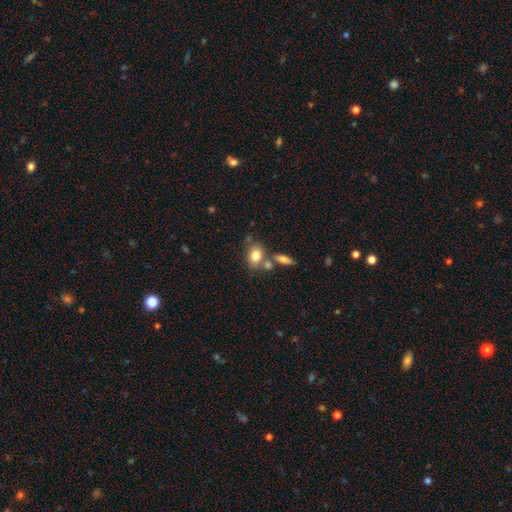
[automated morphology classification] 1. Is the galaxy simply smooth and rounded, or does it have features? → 80% smooth, 12% featured or disk, 9% star or artifact.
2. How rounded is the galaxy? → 69% in between, 28% round, 2% cigar-shaped.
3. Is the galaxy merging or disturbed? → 54% none, 28% merger, 13% minor disturbance, 5% major disturbance.